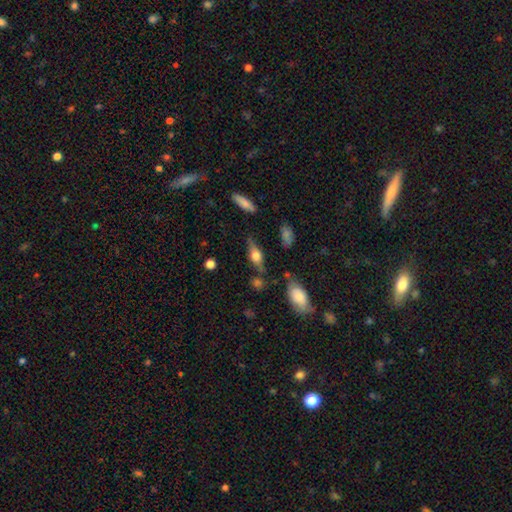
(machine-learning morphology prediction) This is possibly a featured or disk galaxy (50%). Merging: likely none (70%).